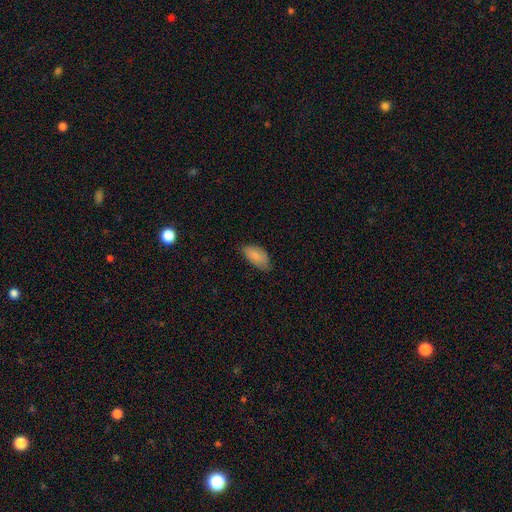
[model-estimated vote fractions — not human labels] This appears to be a smooth galaxy with no disk features (85%) that is in between round and cigar-shaped (93%). Merging: none (63%).